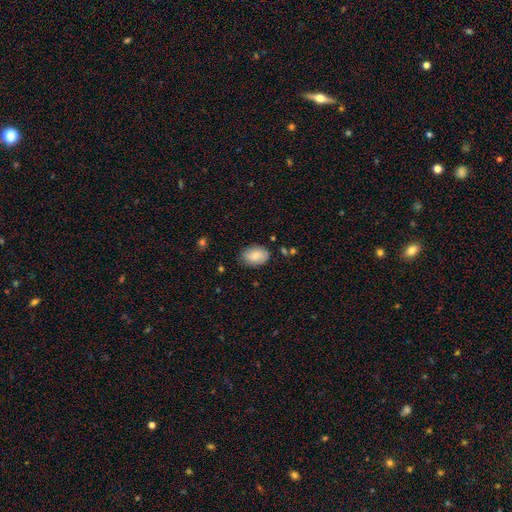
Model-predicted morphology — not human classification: smooth 81%, featured or disk 12%, star or artifact 7%. Down the decision tree: how rounded — in between (86%); merging — none (79%).